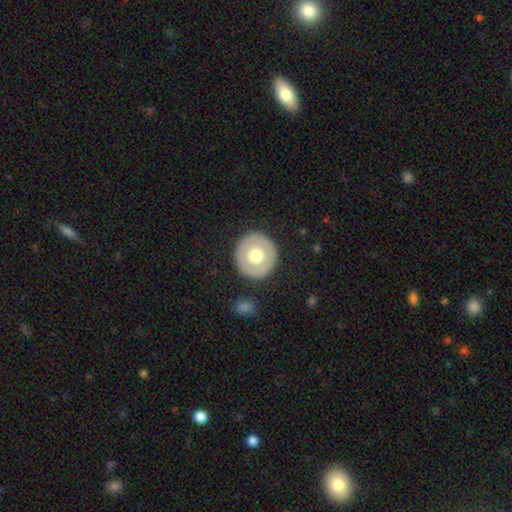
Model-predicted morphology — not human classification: The model was most divided on "smooth or featured": smooth: 58%, featured or disk: 36%, star or artifact: 6%. More confident: how rounded — round (93%); merging — none (89%).